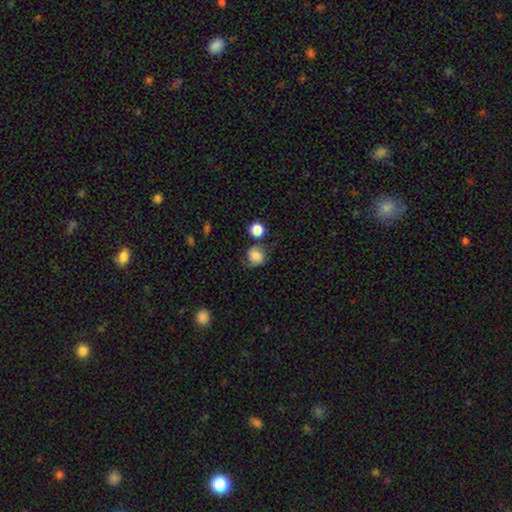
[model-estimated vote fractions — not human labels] Overall: smooth (69%). How rounded: round (76%). Merging: none (59%; minor disturbance 24%).